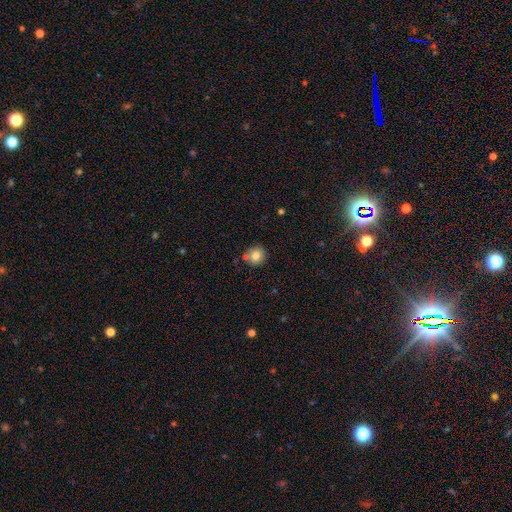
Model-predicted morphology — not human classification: A smooth galaxy with no disk features (80%) that is round (89%). Merging: none (73%).